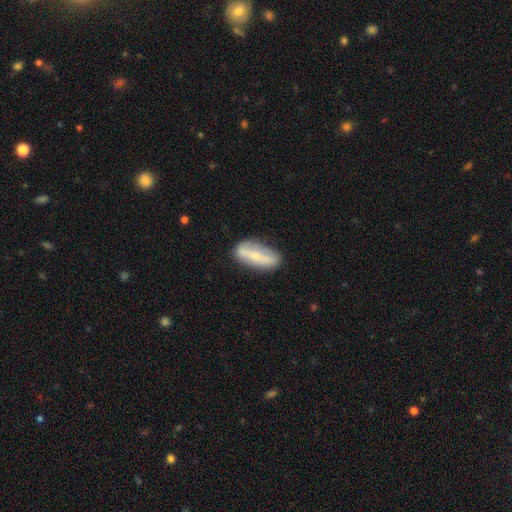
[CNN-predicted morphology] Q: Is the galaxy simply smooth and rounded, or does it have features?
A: featured or disk — 48%.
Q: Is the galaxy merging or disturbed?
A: none — 75%.